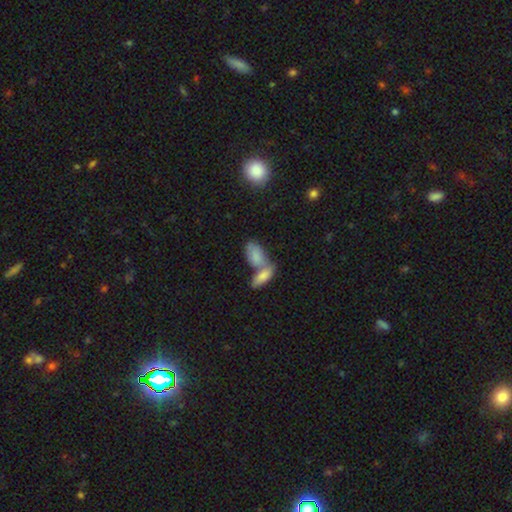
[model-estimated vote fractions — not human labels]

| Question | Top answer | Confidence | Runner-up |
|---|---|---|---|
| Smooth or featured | smooth | 81% | featured or disk (13%) |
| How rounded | in between | 91% | cigar-shaped (6%) |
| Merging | merger | 63% | none (25%) |